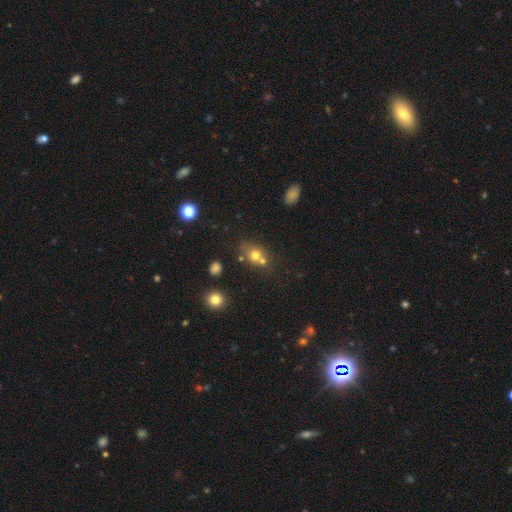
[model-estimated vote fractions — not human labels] This is likely a smooth galaxy (69%). How rounded: likely round (64%). Merging: marginally none (45%).